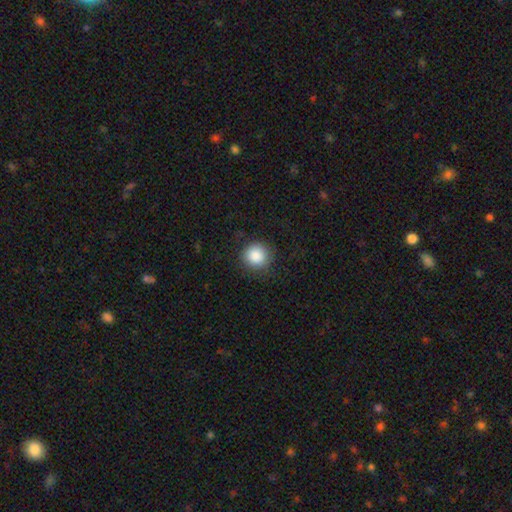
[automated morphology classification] Q: Smooth or featured?
A: smooth (87%); runner-up: star or artifact (9%)
Q: How rounded?
A: round (93%); runner-up: in between (6%)
Q: Merging?
A: none (86%); runner-up: minor disturbance (9%)